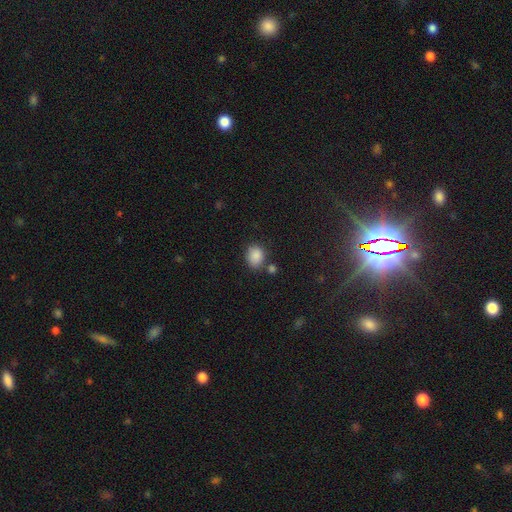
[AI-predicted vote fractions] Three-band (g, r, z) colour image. It shows a smooth galaxy with no disk features (87%) that is in between round and cigar-shaped (50%). Merging: none (68%).